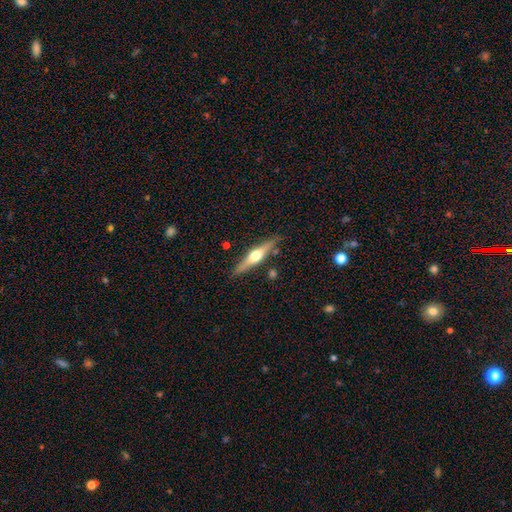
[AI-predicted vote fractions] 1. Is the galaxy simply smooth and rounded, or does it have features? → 66% featured or disk, 28% smooth, 6% star or artifact.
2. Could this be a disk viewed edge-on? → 96% yes, 4% no.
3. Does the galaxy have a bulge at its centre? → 94% rounded, 4% boxy, 3% none.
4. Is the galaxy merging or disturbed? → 84% none, 11% minor disturbance, 3% merger, 2% major disturbance.